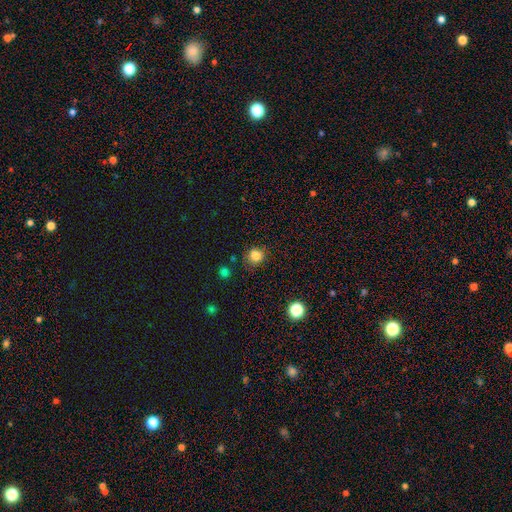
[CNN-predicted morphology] This appears to be a smooth galaxy with no disk features (81%) that is round (79%). Merging: none (75%).